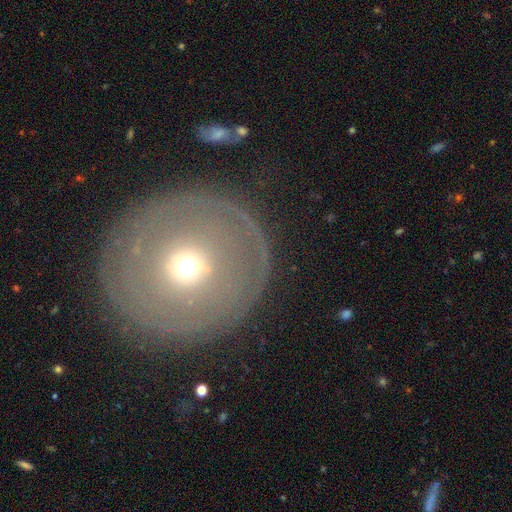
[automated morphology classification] Overall: featured or disk (51%; smooth 39%). Edge-on disk: no (93%). Merging: none (83%).